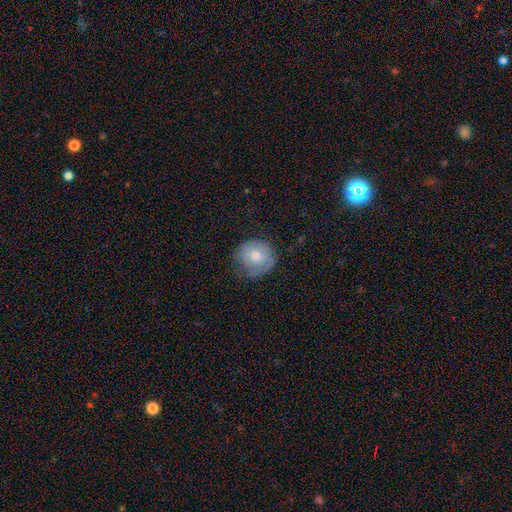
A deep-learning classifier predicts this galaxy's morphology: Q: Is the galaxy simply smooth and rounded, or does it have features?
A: smooth — 66%.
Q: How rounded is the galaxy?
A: round — 87%.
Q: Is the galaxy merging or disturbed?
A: none — 64%.